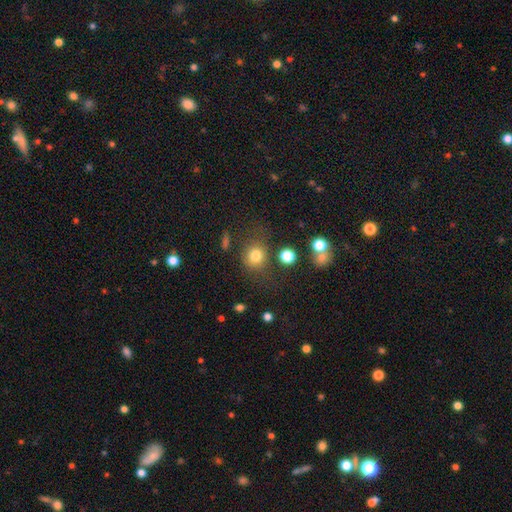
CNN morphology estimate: A smooth galaxy with no disk features (79%) that is round (77%). Merging: none (71%).